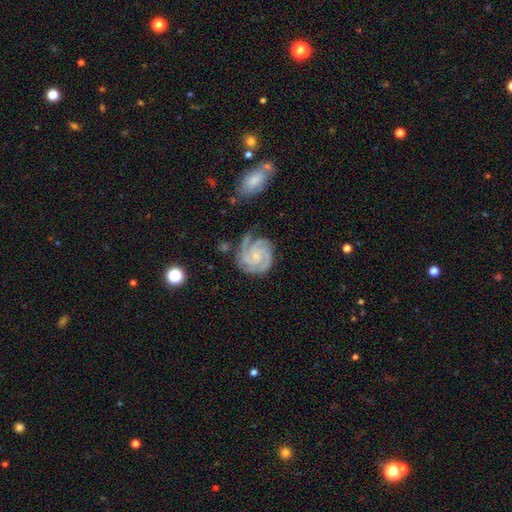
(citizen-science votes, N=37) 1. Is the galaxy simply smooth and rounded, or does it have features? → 97% featured or disk, 3% star or artifact, 0% smooth.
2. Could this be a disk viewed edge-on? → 100% no, 0% yes.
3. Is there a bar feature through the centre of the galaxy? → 75% no, 17% weak, 8% strong.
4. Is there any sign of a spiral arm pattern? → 100% yes, 0% no.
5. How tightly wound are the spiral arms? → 78% tight, 22% medium, 0% loose.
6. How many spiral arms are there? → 89% 3, 8% 4, 3% 2, 0% 1, 0% more than 4, 0% can't tell.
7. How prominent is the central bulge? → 75% small, 19% moderate, 6% none, 0% dominant, 0% large.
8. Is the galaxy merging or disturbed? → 72% none, 19% minor disturbance, 6% major disturbance, 3% merger.